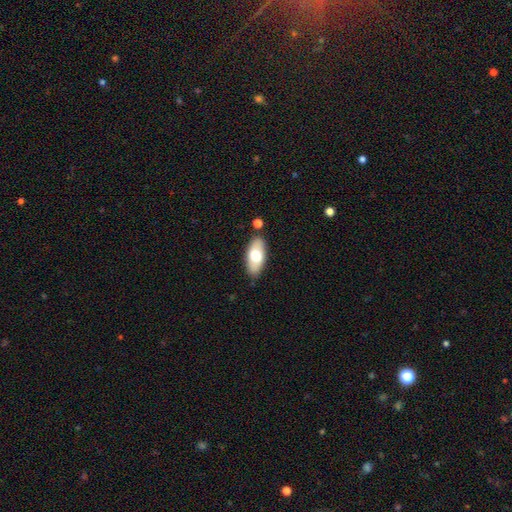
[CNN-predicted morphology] Smooth or featured? smooth (68%)
How rounded? in between (88%)
Merging? none (84%)